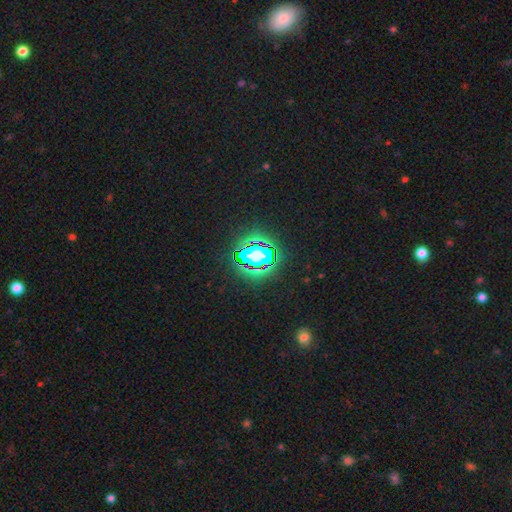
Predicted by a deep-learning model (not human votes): Q: Smooth or featured?
A: star or artifact (82%); runner-up: smooth (11%)